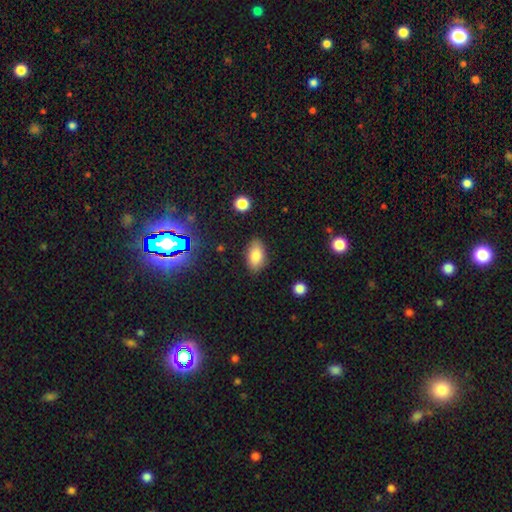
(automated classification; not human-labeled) Smooth or featured? smooth (84%)
How rounded? in between (92%)
Merging? none (83%)